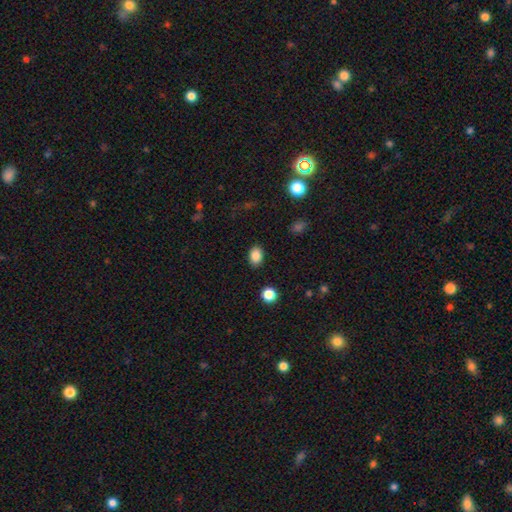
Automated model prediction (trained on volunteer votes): Q: Smooth or featured?
A: smooth (86%); runner-up: star or artifact (9%)
Q: How rounded?
A: in between (75%); runner-up: round (24%)
Q: Merging?
A: none (88%); runner-up: minor disturbance (8%)